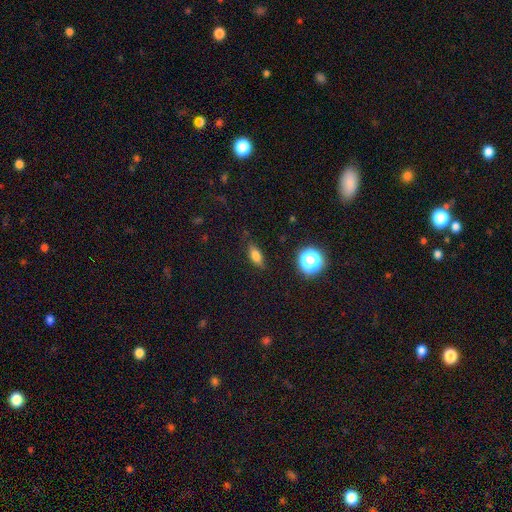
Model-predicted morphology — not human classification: smooth-or-featured: smooth: 78% | star or artifact: 12% | featured or disk: 10%
  how-rounded: in between: 76% | cigar-shaped: 15% | round: 9%
  merging: none: 80% | minor disturbance: 15% | major disturbance: 3% | merger: 1%